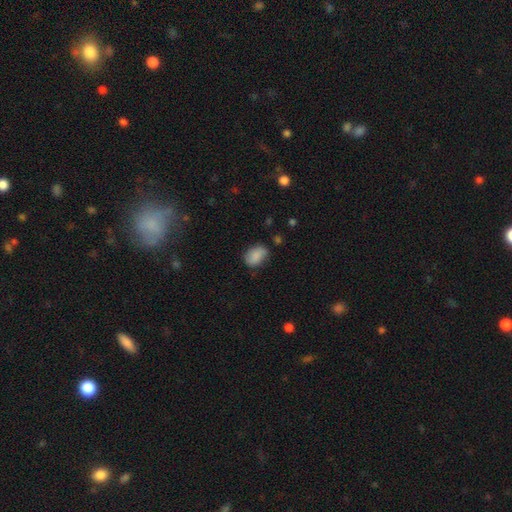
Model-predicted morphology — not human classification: smooth_or_featured: smooth (p=0.80) [alt: featured or disk p=0.12]
how_rounded: in between (p=0.79) [alt: round p=0.19]
merging: none (p=0.63) [alt: minor disturbance p=0.28]